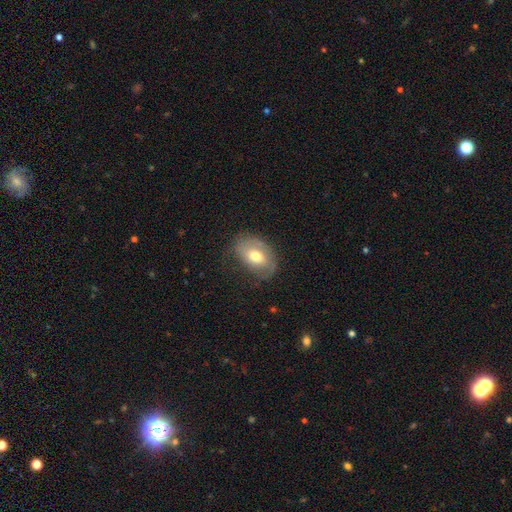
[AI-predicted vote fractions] Smooth or featured? smooth (62%)
How rounded? in between (84%)
Merging? none (64%)